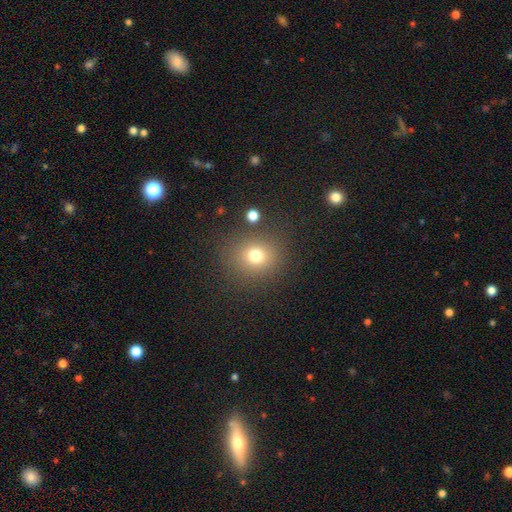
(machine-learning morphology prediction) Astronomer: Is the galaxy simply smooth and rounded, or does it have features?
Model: smooth — 74%.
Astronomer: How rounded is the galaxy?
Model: round — 83%.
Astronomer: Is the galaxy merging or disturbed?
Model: none — 84%.